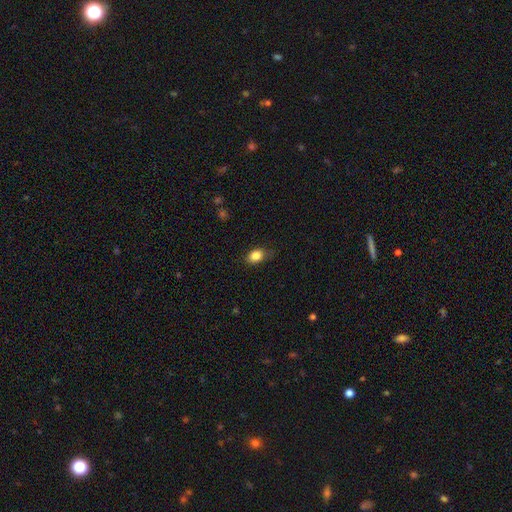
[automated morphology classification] smooth-or-featured: smooth: 84% | star or artifact: 9% | featured or disk: 7%
  how-rounded: in between: 77% | round: 21% | cigar-shaped: 2%
  merging: none: 75% | minor disturbance: 20% | major disturbance: 5% | merger: 1%